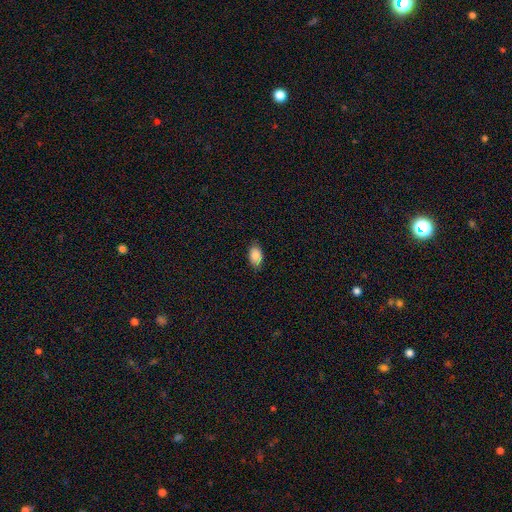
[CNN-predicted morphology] Overall: smooth (87%). How rounded: in between (91%). Merging: none (81%).